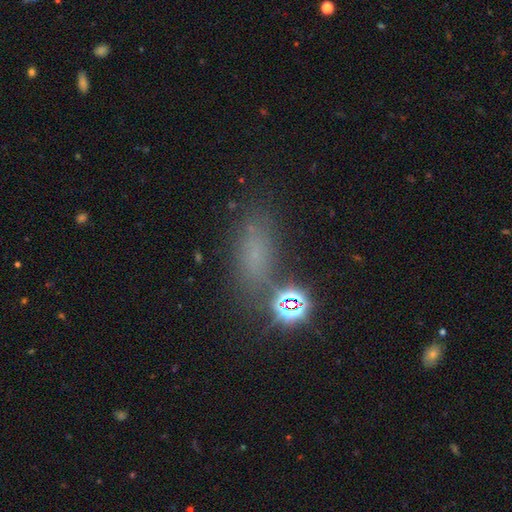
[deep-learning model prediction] Smooth or featured: smooth — 54% (star or artifact — 33%)
How rounded: in between — 64% (cigar-shaped — 21%)
Merging: none — 65% (minor disturbance — 17%)